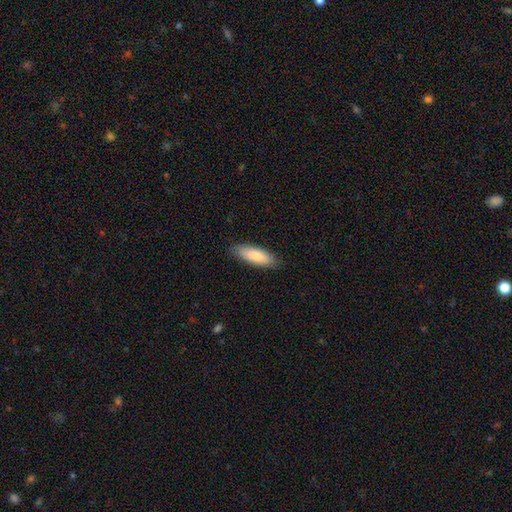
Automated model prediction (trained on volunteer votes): This appears to be a smooth galaxy with no disk features (84%) that is in between round and cigar-shaped (59%). Merging: none (86%).